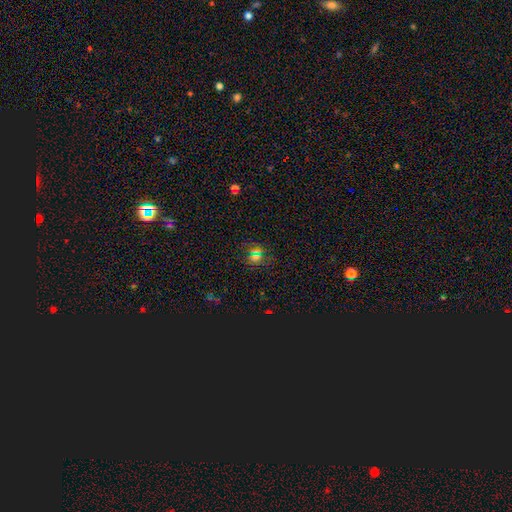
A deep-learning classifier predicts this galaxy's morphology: Smooth or featured?
  - smooth: 46% *
  - star or artifact: 45%
  - featured or disk: 9%
Merging?
  - none: 80% *
  - minor disturbance: 11%
  - major disturbance: 6%
  - merger: 3%